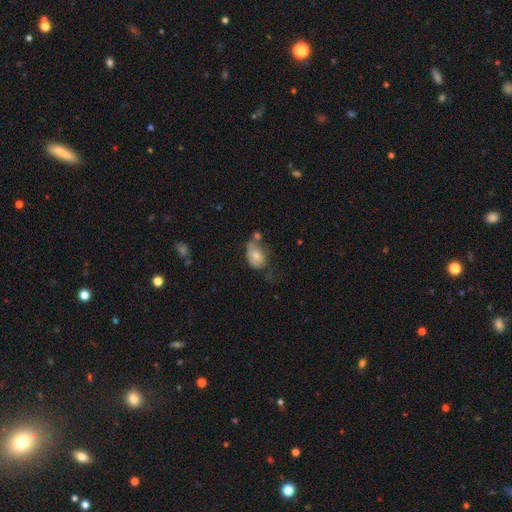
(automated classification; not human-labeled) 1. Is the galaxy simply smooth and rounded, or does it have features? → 62% smooth, 30% featured or disk, 8% star or artifact.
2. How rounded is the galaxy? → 82% in between, 17% round, 1% cigar-shaped.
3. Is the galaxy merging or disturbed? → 30% minor disturbance, 28% none, 23% major disturbance, 19% merger.